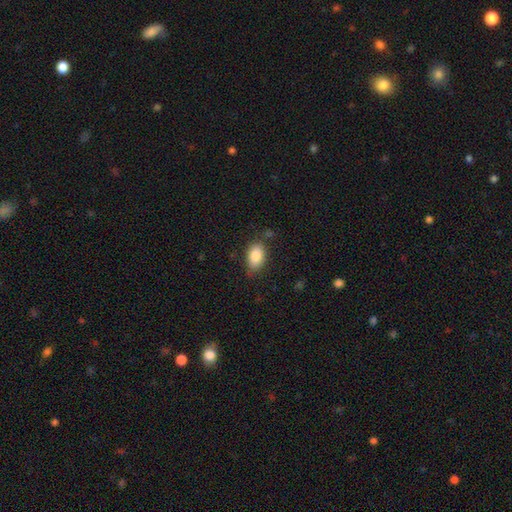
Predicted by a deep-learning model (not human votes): smooth-or-featured: smooth: 87% | star or artifact: 7% | featured or disk: 6%
  how-rounded: in between: 92% | round: 6% | cigar-shaped: 2%
  merging: none: 76% | minor disturbance: 18% | major disturbance: 4% | merger: 2%